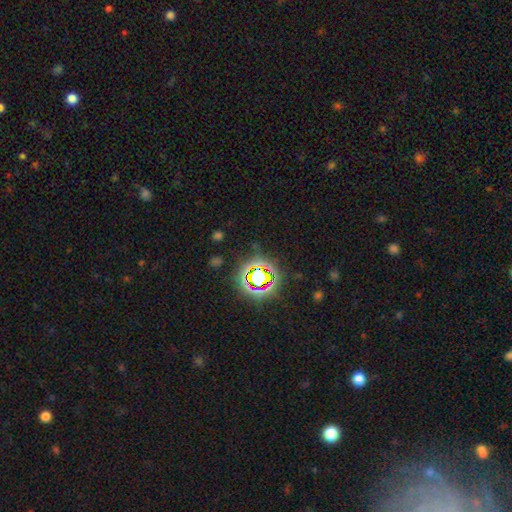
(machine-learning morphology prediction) type=star or artifact (77%).